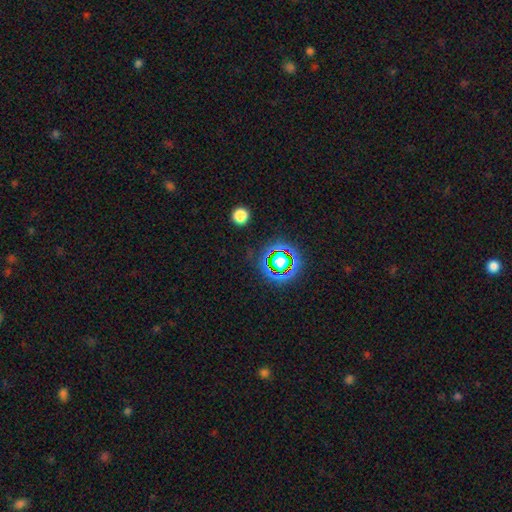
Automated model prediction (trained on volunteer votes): smooth_or_featured: star or artifact (p=0.73) [alt: smooth p=0.17]